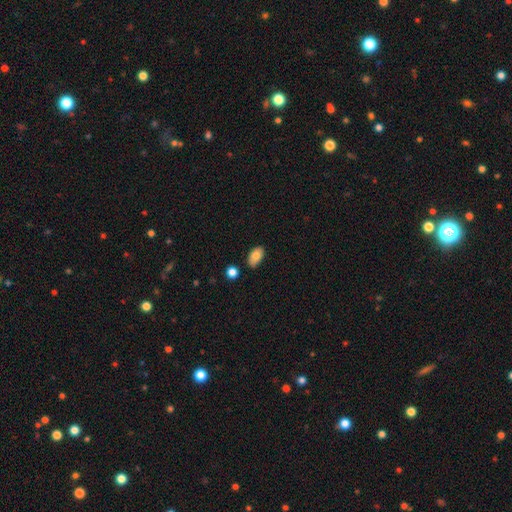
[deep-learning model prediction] Smooth or featured? smooth (80%)
How rounded? in between (92%)
Merging? none (78%)